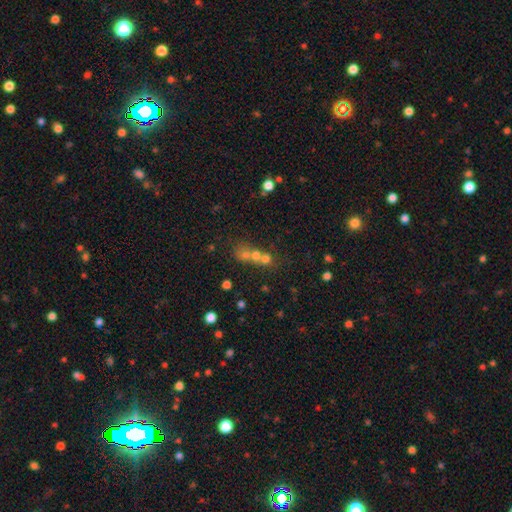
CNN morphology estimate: Smooth or featured? smooth (59%)
How rounded? round (74%)
Merging? merger (60%)